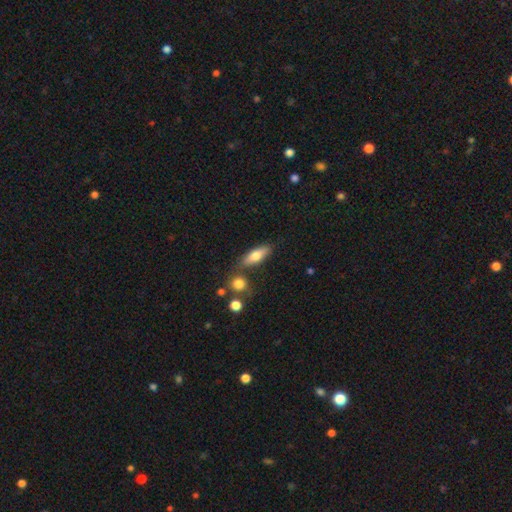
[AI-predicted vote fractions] A smooth galaxy with no disk features (71%) that is in between round and cigar-shaped (63%). Merging: none (68%).